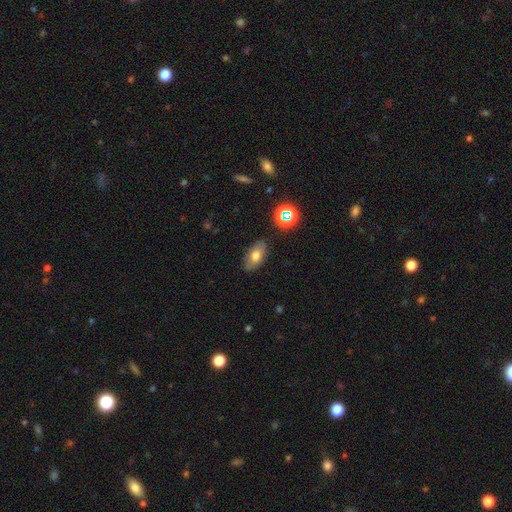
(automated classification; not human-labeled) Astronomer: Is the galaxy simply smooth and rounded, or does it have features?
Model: smooth — 71%.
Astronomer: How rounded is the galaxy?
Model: in between — 90%.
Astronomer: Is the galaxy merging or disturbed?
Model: none — 83%.